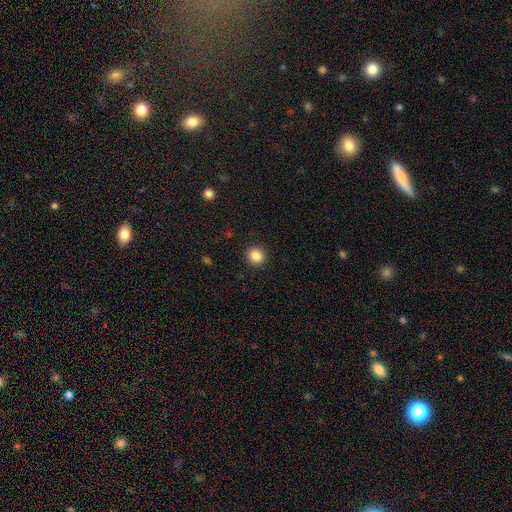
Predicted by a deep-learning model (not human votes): Overall: smooth (86%). How rounded: round (90%). Merging: none (92%).